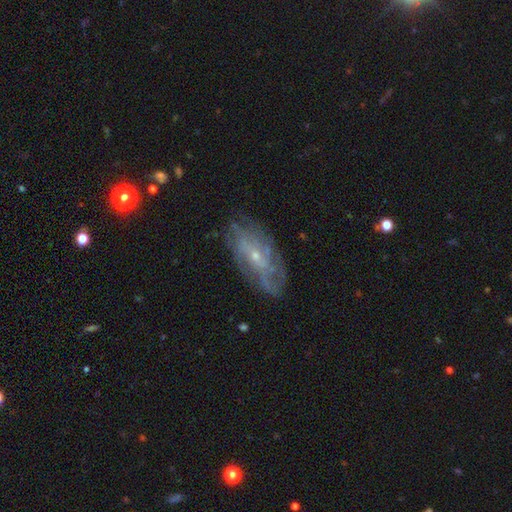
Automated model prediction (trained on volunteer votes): Overall: featured or disk (73%). Edge-on disk: no (88%). Bar: no (64%; weak 29%). Spiral arms: yes (78%). Bulge size: small (73%). Merging: none (70%).